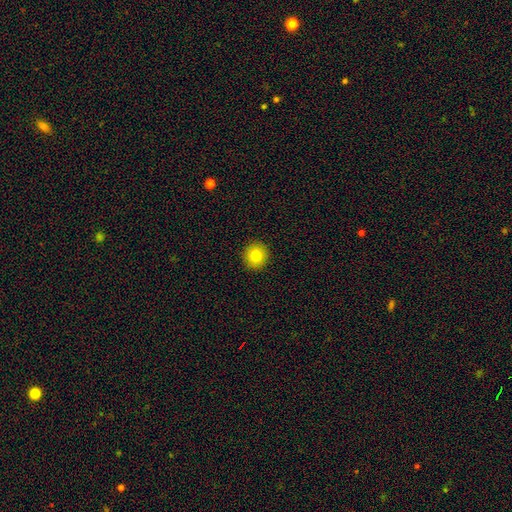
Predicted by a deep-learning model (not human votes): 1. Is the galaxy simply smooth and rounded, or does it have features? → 81% smooth, 11% star or artifact, 8% featured or disk.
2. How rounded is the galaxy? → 90% round, 9% in between, 1% cigar-shaped.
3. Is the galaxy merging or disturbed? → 93% none, 5% minor disturbance, 2% major disturbance, 1% merger.